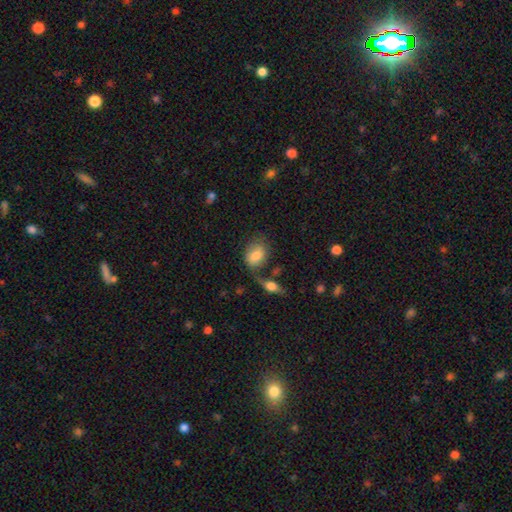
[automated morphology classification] smooth-or-featured: smooth: 75% | featured or disk: 17% | star or artifact: 8%
  how-rounded: in between: 72% | round: 27% | cigar-shaped: 2%
  merging: none: 49% | minor disturbance: 22% | merger: 19% | major disturbance: 11%